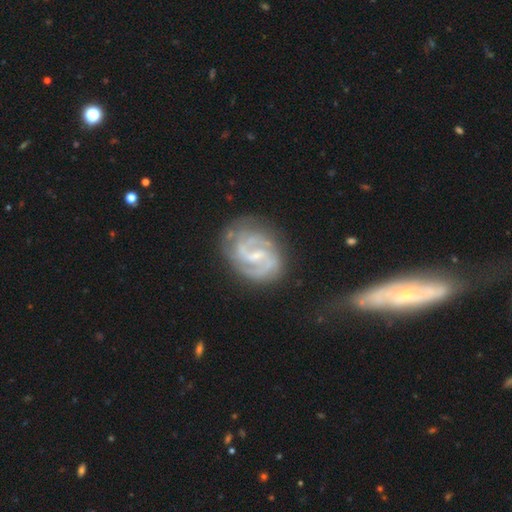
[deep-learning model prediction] Smooth or featured: featured or disk — 89% (smooth — 6%)
Edge-on disk: no — 98% (yes — 2%)
Bar: weak — 57% (no — 22%)
Spiral arms: yes — 97% (no — 3%)
Spiral winding: medium — 49% (tight — 39%)
Spiral arm count: 2 — 74% (3 — 10%)
Bulge size: small — 64% (moderate — 25%)
Merging: none — 65% (minor disturbance — 20%)